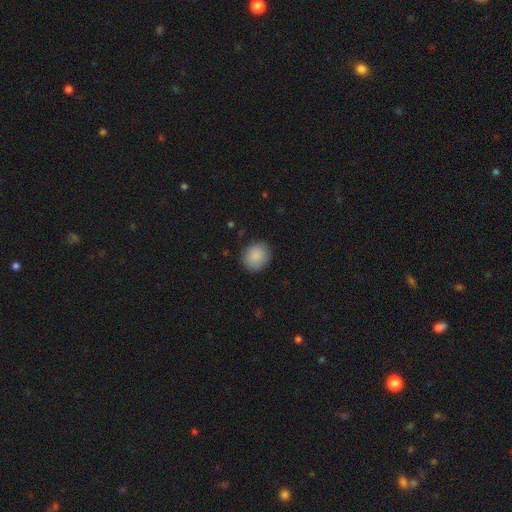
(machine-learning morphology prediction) Smooth or featured: smooth — 89% (star or artifact — 7%)
How rounded: round — 69% (in between — 30%)
Merging: none — 86% (minor disturbance — 11%)